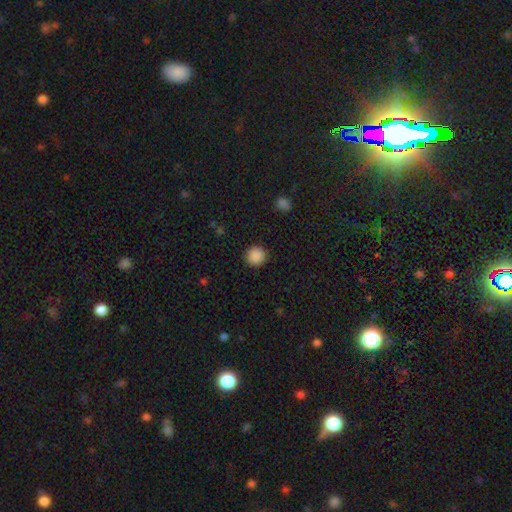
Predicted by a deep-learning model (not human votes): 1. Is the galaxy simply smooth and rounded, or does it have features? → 89% smooth, 9% star or artifact, 2% featured or disk.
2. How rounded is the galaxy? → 95% round, 4% in between, 1% cigar-shaped.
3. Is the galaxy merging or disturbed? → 92% none, 5% minor disturbance, 2% major disturbance, 1% merger.